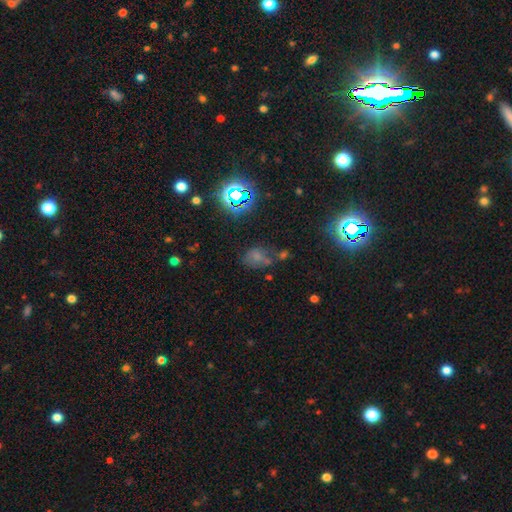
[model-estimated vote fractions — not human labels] Smooth or featured: star or artifact — 48% (smooth — 39%)